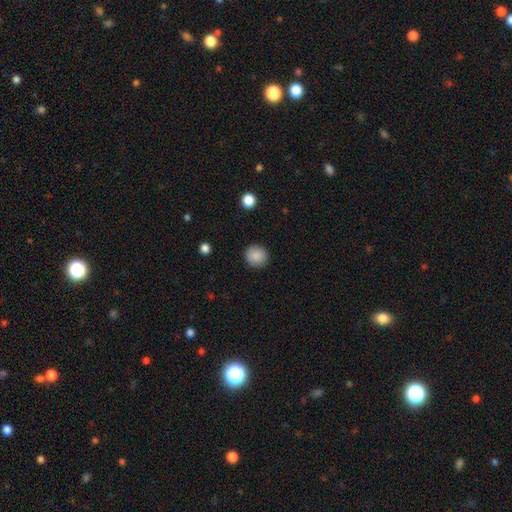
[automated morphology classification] smooth-or-featured: smooth: 88% | star or artifact: 8% | featured or disk: 4%
  how-rounded: round: 91% | in between: 8% | cigar-shaped: 1%
  merging: none: 91% | minor disturbance: 6% | major disturbance: 2% | merger: 1%